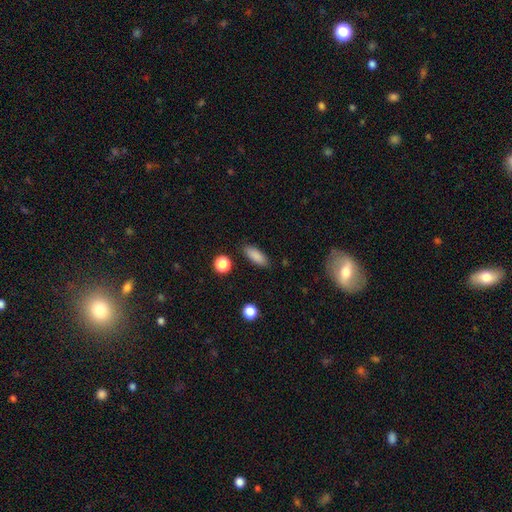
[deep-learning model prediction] smooth_or_featured: smooth (p=0.86) [alt: star or artifact p=0.08]
how_rounded: in between (p=0.71) [alt: cigar-shaped p=0.26]
merging: none (p=0.86) [alt: minor disturbance p=0.09]